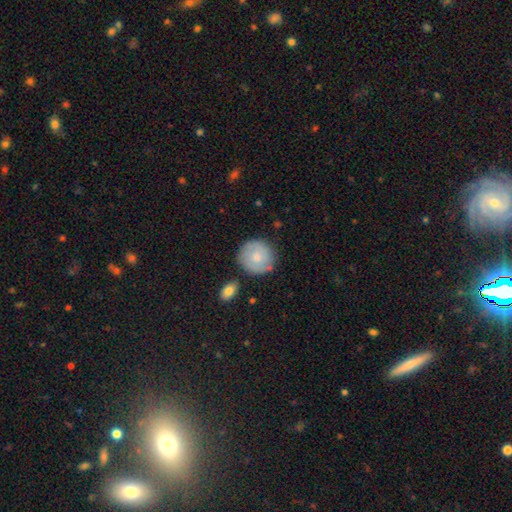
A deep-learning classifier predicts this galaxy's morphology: A smooth galaxy with no disk features (67%) that is round (91%). Merging: none (80%).